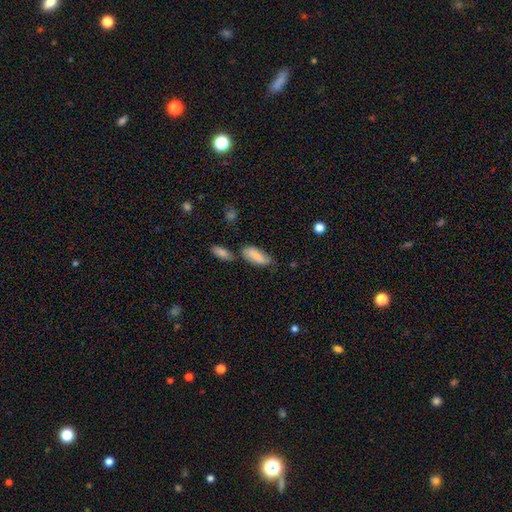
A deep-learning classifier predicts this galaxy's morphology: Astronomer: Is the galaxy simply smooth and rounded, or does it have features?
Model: smooth — 78%.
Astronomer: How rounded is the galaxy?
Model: in between — 81%.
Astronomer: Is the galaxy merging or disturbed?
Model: none — 57%.